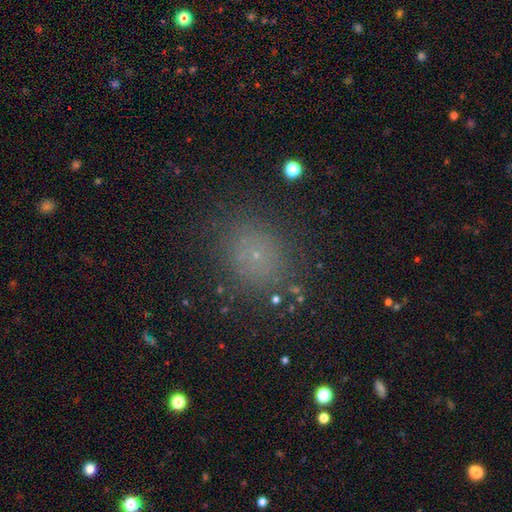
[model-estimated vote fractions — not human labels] This is likely a smooth galaxy (63%). How rounded: likely round (69%). Merging: clearly none (82%).